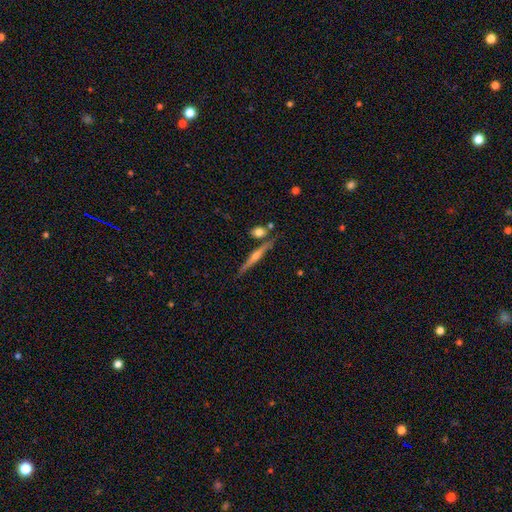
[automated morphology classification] smooth-or-featured: featured or disk: 76% | smooth: 17% | star or artifact: 7%
  disk-edge-on: yes: 98% | no: 2%
    edge-on-bulge: rounded: 82% | none: 10% | boxy: 8%
  merging: none: 84% | minor disturbance: 8% | merger: 6% | major disturbance: 2%